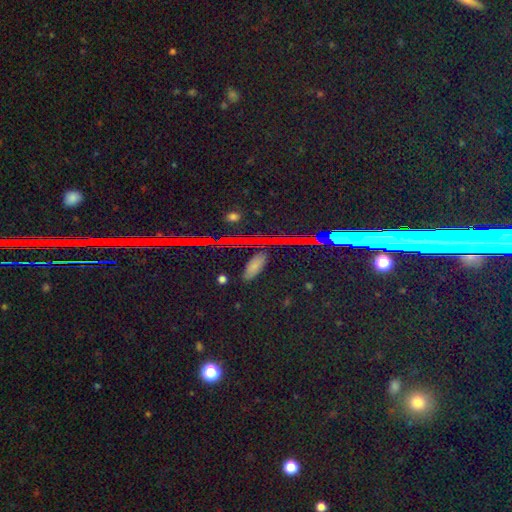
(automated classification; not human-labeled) A star or artifact, not a galaxy (83%).